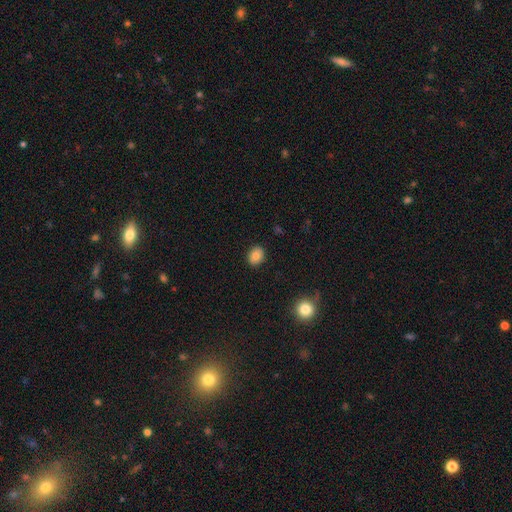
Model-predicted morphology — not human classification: Smooth or featured? Predicted: smooth (p=0.83). How rounded? Predicted: round (p=0.54). Merging? Predicted: none (p=0.89).